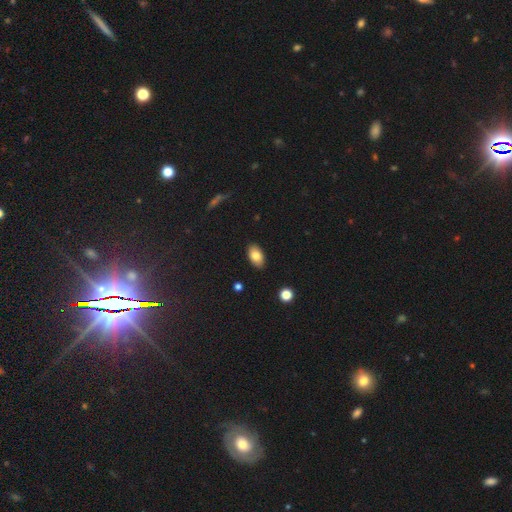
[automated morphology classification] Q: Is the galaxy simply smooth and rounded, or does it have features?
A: smooth — 83%.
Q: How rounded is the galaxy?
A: in between — 93%.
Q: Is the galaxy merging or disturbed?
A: none — 88%.